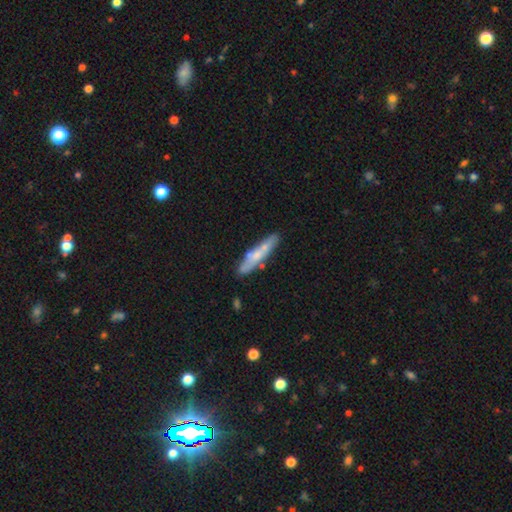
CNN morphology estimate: Smooth or featured? smooth (58%)
How rounded? cigar-shaped (85%)
Merging? none (71%)